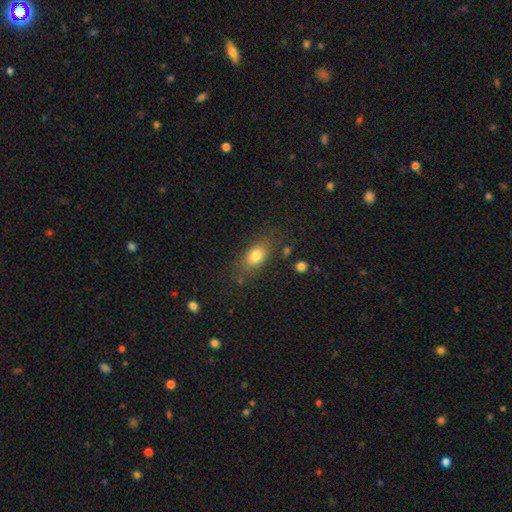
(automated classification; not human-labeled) This is likely a smooth galaxy (78%). How rounded: likely in between (80%). Merging: likely none (74%).